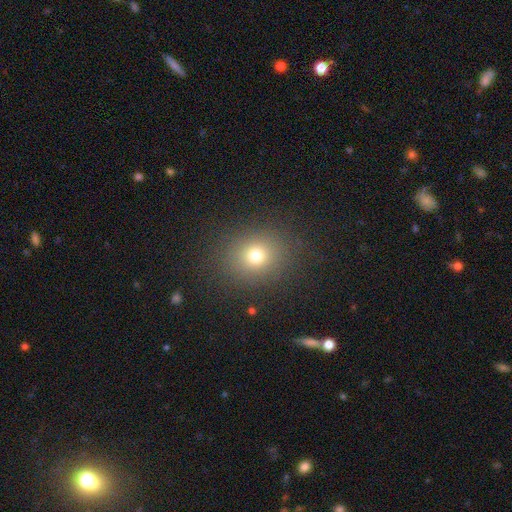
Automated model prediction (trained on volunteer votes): Smooth or featured? smooth (74%)
How rounded? round (70%)
Merging? none (86%)